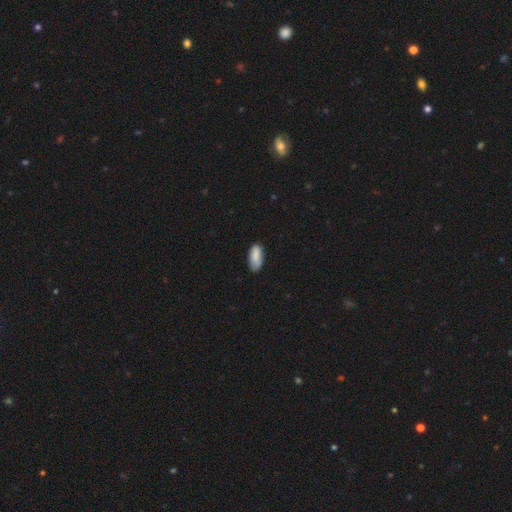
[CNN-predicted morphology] A smooth galaxy with no disk features (85%) that is in between round and cigar-shaped (88%).

Vote fractions:
- Smooth or featured? smooth: 85% / featured or disk: 8% / star or artifact: 7%
- How rounded? in between: 88% / cigar-shaped: 10% / round: 2%
- Merging? none: 70% / minor disturbance: 24% / major disturbance: 4% / merger: 2%